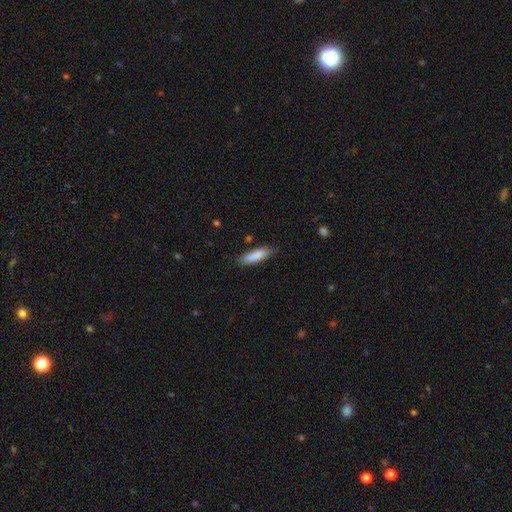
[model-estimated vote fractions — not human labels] Smooth or featured?
  - smooth: 85% *
  - featured or disk: 9%
  - star or artifact: 6%
How rounded?
  - cigar-shaped: 61% *
  - in between: 38%
  - round: 1%
Merging?
  - none: 80% *
  - minor disturbance: 16%
  - major disturbance: 3%
  - merger: 2%